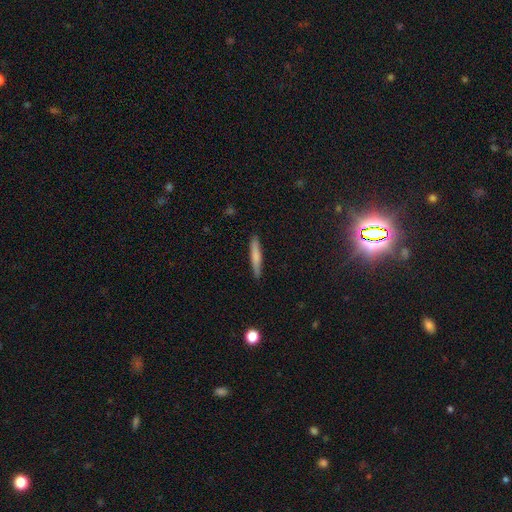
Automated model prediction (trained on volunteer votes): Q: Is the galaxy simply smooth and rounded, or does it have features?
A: smooth — 71%.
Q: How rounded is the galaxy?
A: cigar-shaped — 93%.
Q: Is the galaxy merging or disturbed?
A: none — 89%.